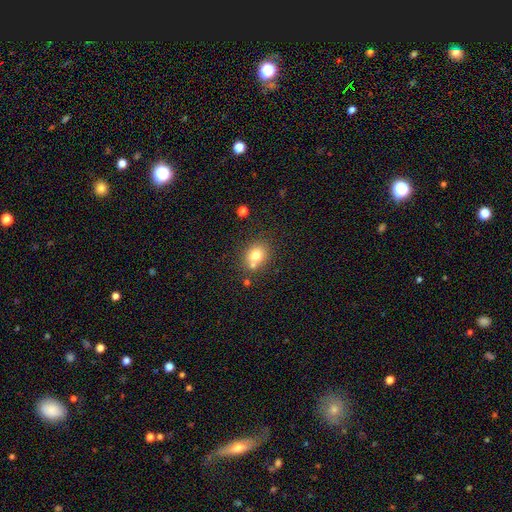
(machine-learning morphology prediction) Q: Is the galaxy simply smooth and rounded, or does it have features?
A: smooth — 76%.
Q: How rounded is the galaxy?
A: round — 65%.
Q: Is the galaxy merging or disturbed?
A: none — 62%.